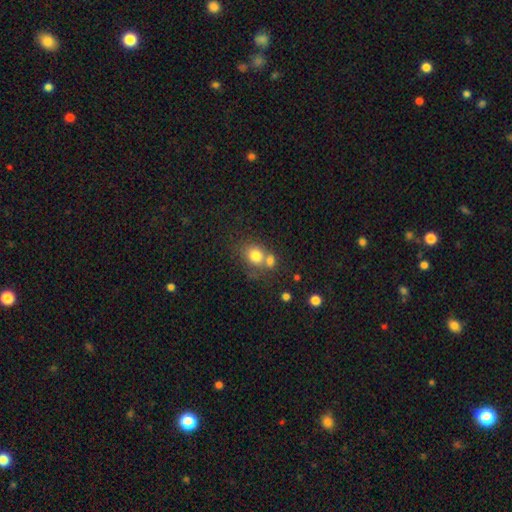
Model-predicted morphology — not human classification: The model was most divided on "merging": merger: 45%, none: 41%, minor disturbance: 10%, major disturbance: 4%. More confident: smooth or featured — smooth (78%); how rounded — round (67%).